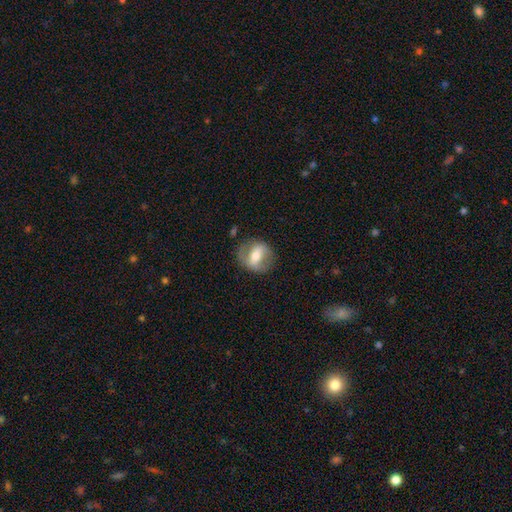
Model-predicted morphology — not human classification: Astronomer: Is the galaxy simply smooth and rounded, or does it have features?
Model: featured or disk — 58% (runner-up: smooth, 35%).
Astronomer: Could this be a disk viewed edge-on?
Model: no — 92%.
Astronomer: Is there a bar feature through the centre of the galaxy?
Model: strong — 53% (runner-up: weak, 30%).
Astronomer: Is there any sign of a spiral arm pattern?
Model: no — 50%, tied with yes at 50%.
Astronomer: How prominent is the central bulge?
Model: moderate — 62%.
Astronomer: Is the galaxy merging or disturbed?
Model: none — 76%.